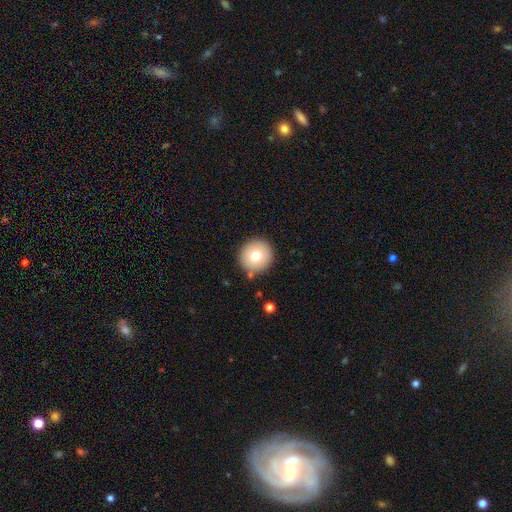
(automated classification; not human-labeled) smooth-or-featured: smooth: 74% | featured or disk: 16% | star or artifact: 10%
  how-rounded: round: 95% | in between: 4% | cigar-shaped: 1%
  merging: none: 86% | minor disturbance: 8% | merger: 3% | major disturbance: 2%